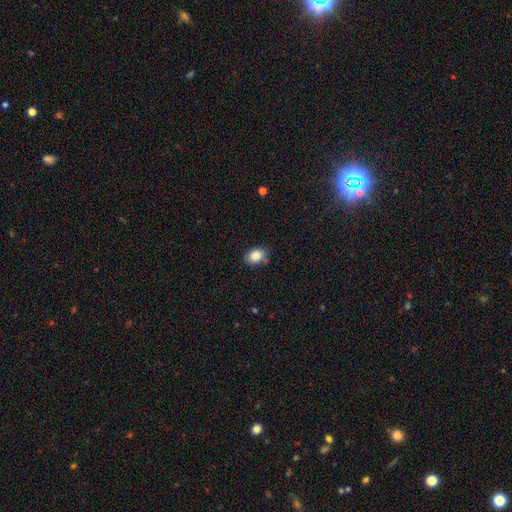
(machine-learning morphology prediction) Overall: smooth (85%). How rounded: in between (77%). Merging: none (76%).